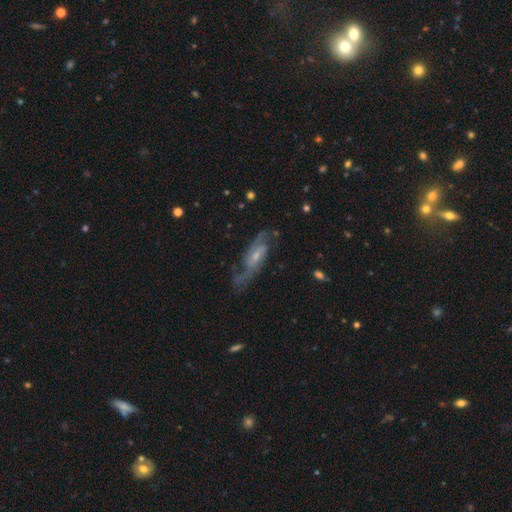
Smooth or featured? featured or disk (95%)
Edge-on disk? no (95%)
Bar? no (51%)
Spiral arms? yes (100%)
Spiral winding? loose (49%)
Spiral arm count? 2 (97%)
Bulge size? small (60%)
Merging? none (58%)